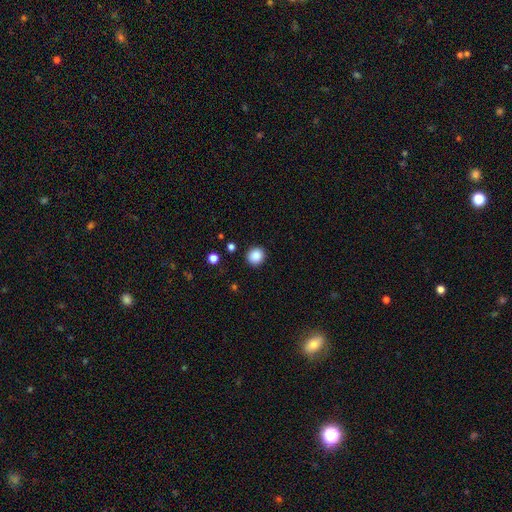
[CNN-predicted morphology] This appears to be a smooth galaxy with no disk features (87%) that is round (90%). Merging: none (90%).